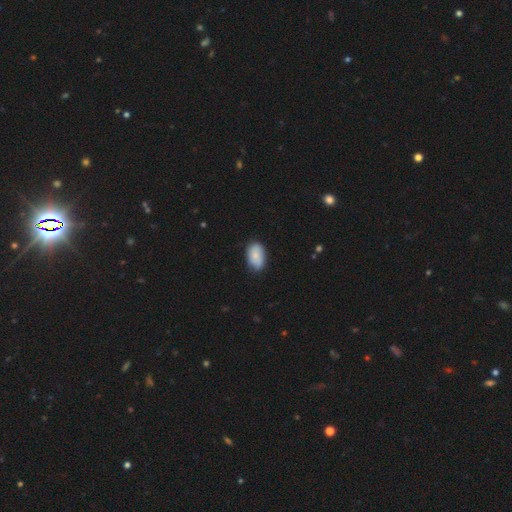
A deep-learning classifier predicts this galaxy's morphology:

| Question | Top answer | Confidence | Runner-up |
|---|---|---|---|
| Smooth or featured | smooth | 78% | featured or disk (15%) |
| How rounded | in between | 91% | round (8%) |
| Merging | none | 77% | minor disturbance (19%) |